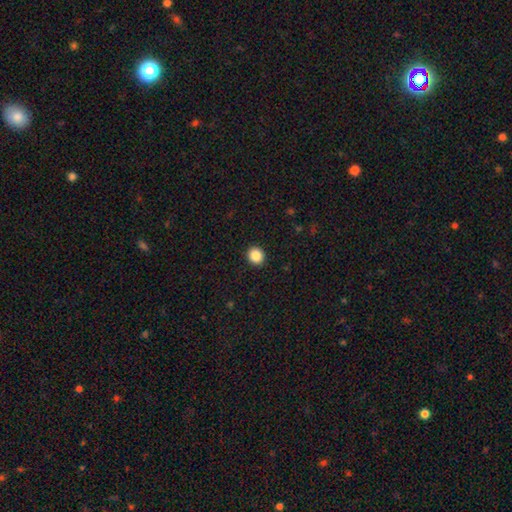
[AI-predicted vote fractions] This is clearly a smooth galaxy (87%). How rounded: clearly round (82%). Merging: clearly none (92%).